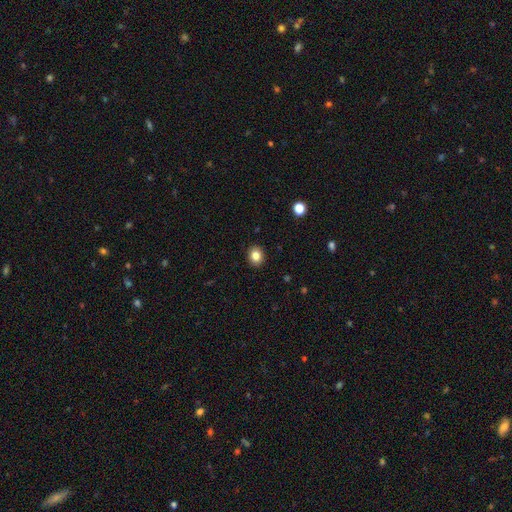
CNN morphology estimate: Smooth or featured: smooth — 84% (star or artifact — 10%)
How rounded: round — 62% (in between — 37%)
Merging: none — 91% (minor disturbance — 6%)